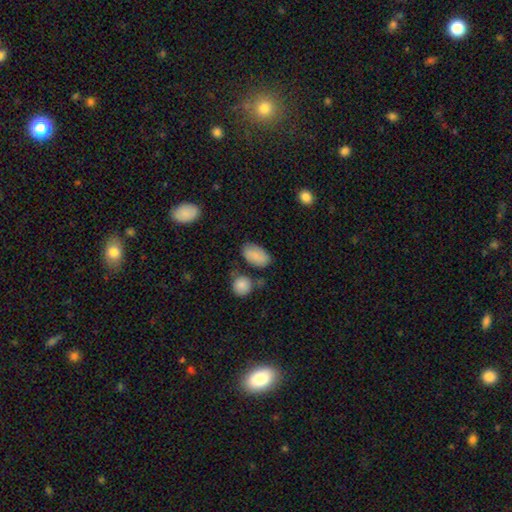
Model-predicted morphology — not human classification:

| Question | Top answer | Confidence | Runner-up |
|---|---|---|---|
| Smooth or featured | smooth | 84% | featured or disk (9%) |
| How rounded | in between | 93% | round (5%) |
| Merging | none | 69% | minor disturbance (17%) |